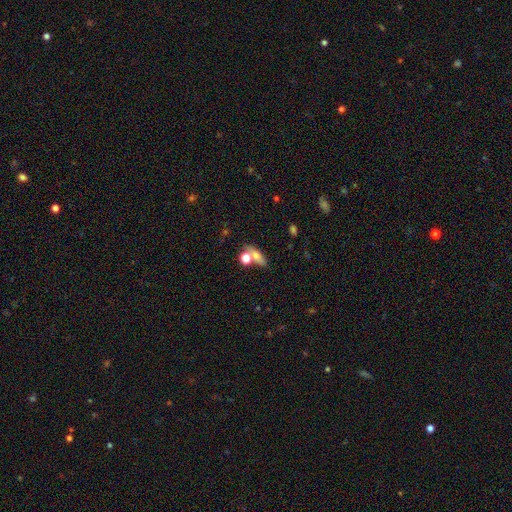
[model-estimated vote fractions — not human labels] Q: Smooth or featured?
A: smooth (70%); runner-up: featured or disk (17%)
Q: How rounded?
A: in between (51%); runner-up: cigar-shaped (25%)
Q: Merging?
A: none (49%); runner-up: merger (30%)